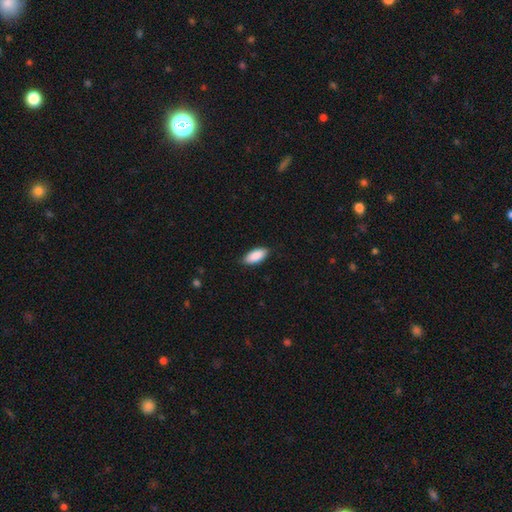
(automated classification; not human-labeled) The model was most divided on "merging": none: 84%, minor disturbance: 13%, major disturbance: 2%, merger: 1%. More confident: how rounded — in between (90%); smooth or featured — smooth (90%).